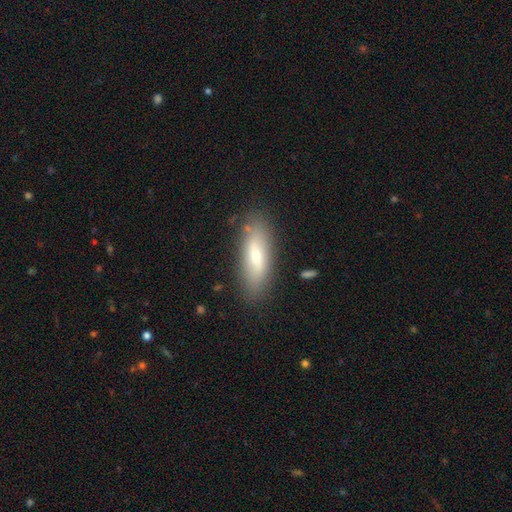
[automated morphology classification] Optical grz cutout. It shows a smooth galaxy with no disk features (63%) that is in between round and cigar-shaped (56%). Merging: none (82%).